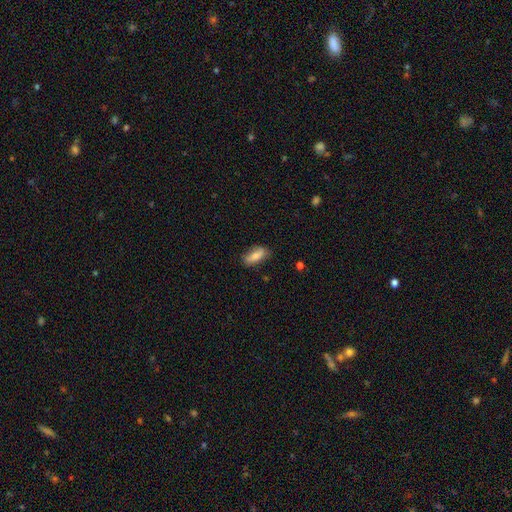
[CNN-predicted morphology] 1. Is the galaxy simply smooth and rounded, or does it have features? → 70% smooth, 23% featured or disk, 7% star or artifact.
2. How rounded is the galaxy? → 80% in between, 17% cigar-shaped, 3% round.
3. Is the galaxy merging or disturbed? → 75% none, 20% minor disturbance, 4% major disturbance, 2% merger.